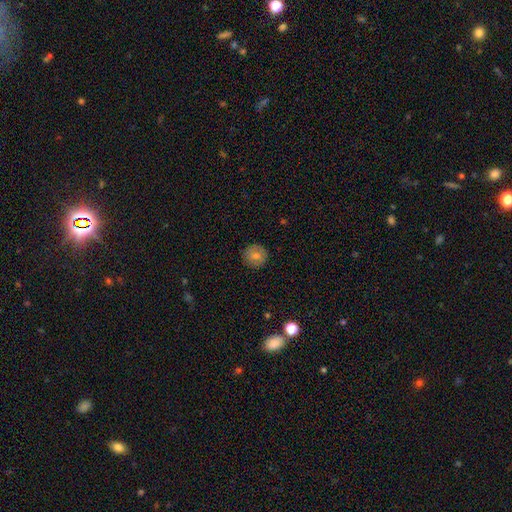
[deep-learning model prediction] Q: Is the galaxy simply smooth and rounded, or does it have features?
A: smooth — 67%.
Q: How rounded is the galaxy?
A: round — 94%.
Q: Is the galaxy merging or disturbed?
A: none — 90%.